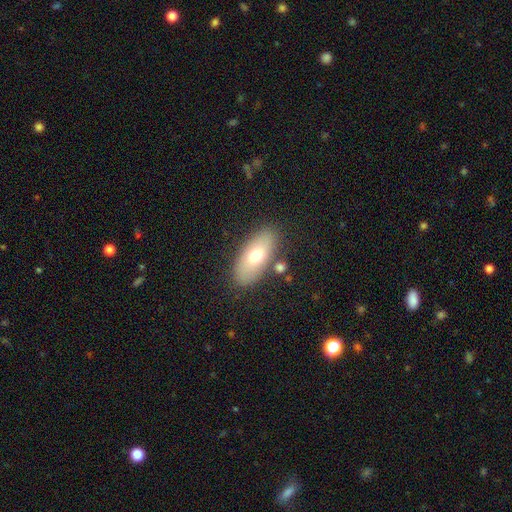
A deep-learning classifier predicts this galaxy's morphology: This appears to be a smooth galaxy with no disk features (67%) that is in between round and cigar-shaped (86%). Merging: none (78%).